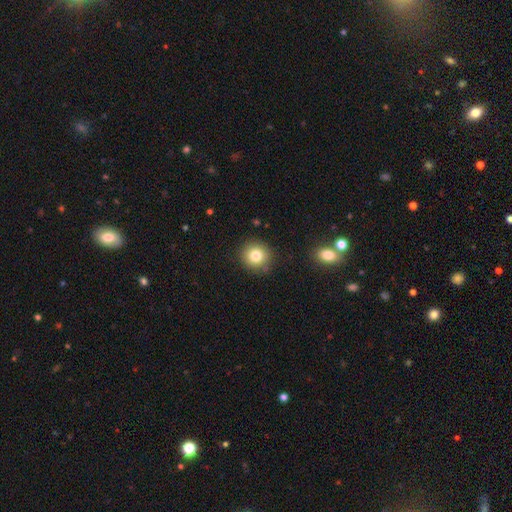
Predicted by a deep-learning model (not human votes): Q: Smooth or featured?
A: smooth (80%); runner-up: star or artifact (11%)
Q: How rounded?
A: round (91%); runner-up: in between (8%)
Q: Merging?
A: none (87%); runner-up: minor disturbance (8%)